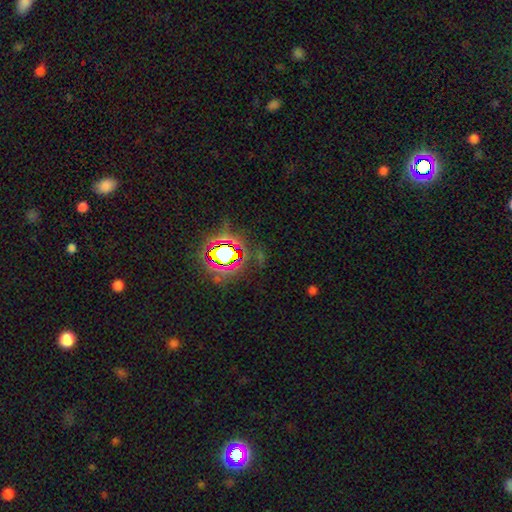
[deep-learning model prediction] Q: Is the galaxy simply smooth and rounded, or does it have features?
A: star or artifact — 79%.